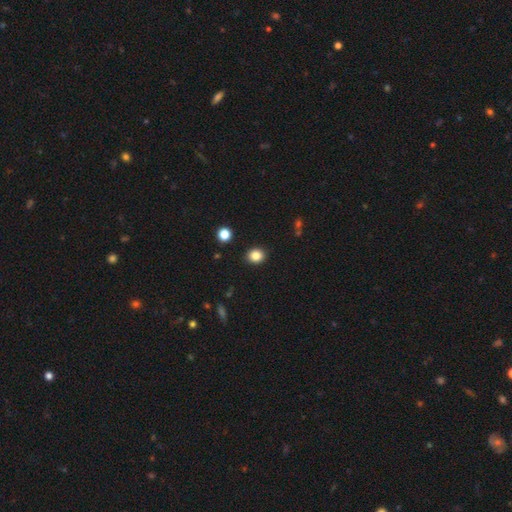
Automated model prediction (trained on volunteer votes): Q: Smooth or featured?
A: smooth (84%); runner-up: star or artifact (11%)
Q: How rounded?
A: round (67%); runner-up: in between (32%)
Q: Merging?
A: none (90%); runner-up: minor disturbance (6%)